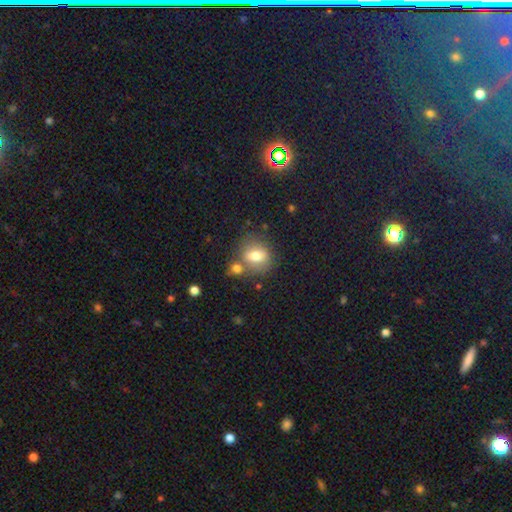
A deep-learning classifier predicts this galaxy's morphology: type=smooth (71%); roundness=round (62%); merging=none (56%).